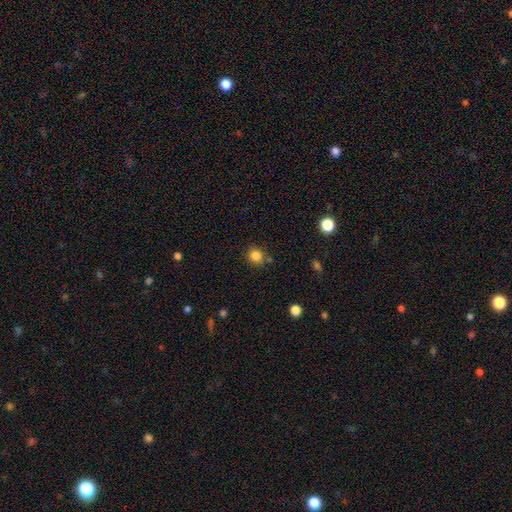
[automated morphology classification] A smooth galaxy with no disk features (83%) that is round (85%). Merging: none (80%).